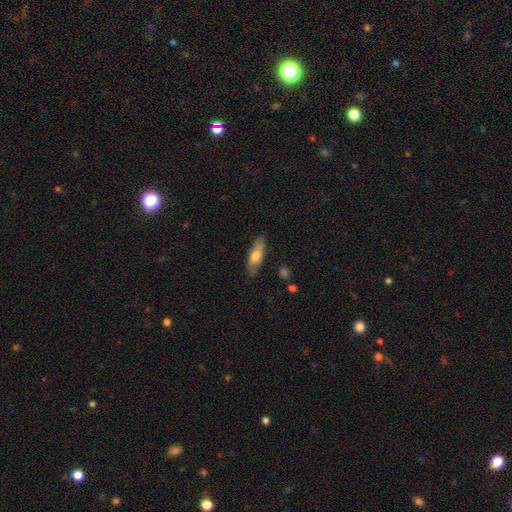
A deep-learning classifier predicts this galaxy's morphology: A smooth galaxy with no disk features (68%) that is in between round and cigar-shaped (53%). Merging: none (81%).